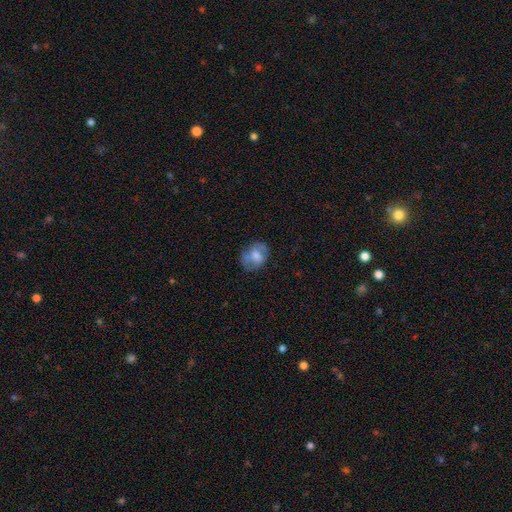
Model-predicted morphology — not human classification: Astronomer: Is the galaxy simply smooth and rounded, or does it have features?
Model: smooth — 58% (runner-up: featured or disk, 33%).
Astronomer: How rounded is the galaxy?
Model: in between — 53% (runner-up: round, 46%).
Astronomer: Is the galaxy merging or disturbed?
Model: none — 64%.